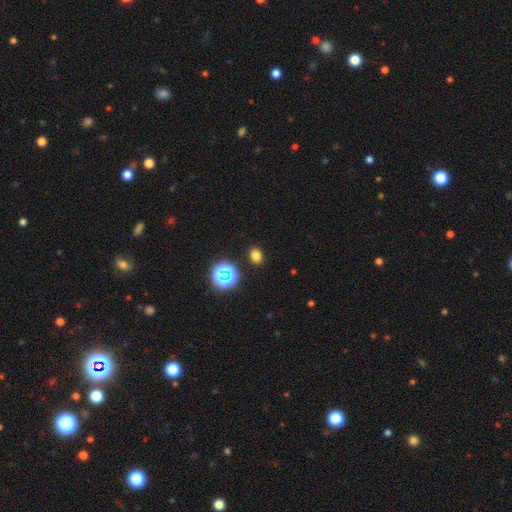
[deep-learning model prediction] smooth_or_featured: smooth (p=0.74) [alt: star or artifact p=0.21]
how_rounded: in between (p=0.57) [alt: round p=0.42]
merging: none (p=0.88) [alt: minor disturbance p=0.08]